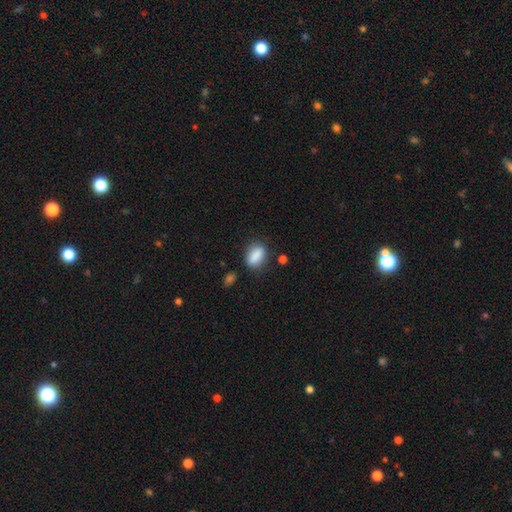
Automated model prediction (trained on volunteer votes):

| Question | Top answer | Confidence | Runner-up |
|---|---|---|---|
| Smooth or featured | smooth | 87% | star or artifact (8%) |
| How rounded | in between | 81% | round (12%) |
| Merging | none | 79% | minor disturbance (14%) |